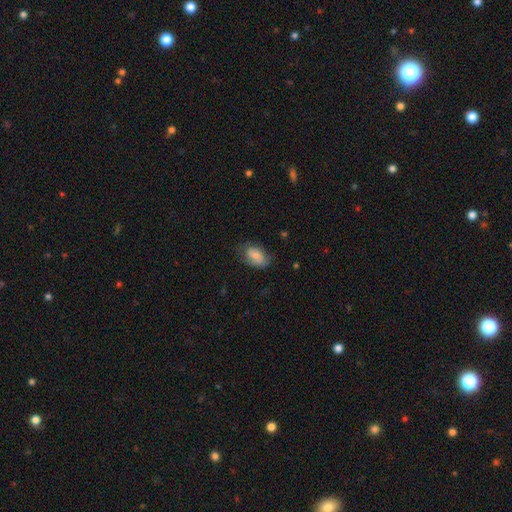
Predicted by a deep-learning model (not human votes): Smooth or featured? smooth (80%)
How rounded? in between (91%)
Merging? none (64%)